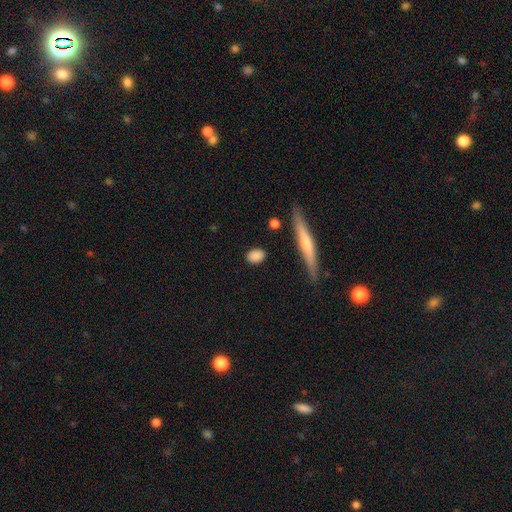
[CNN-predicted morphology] This is clearly a smooth galaxy (86%). How rounded: likely in between (72%). Merging: clearly none (84%).